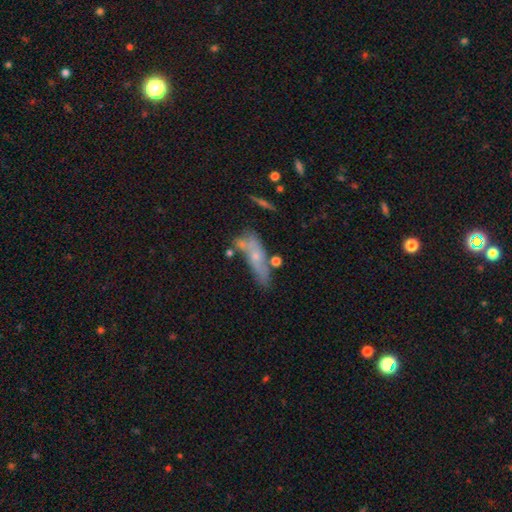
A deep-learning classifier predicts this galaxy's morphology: Smooth or featured?
  - smooth: 48% *
  - featured or disk: 42%
  - star or artifact: 10%
Merging?
  - none: 46% *
  - minor disturbance: 24%
  - merger: 18%
  - major disturbance: 12%